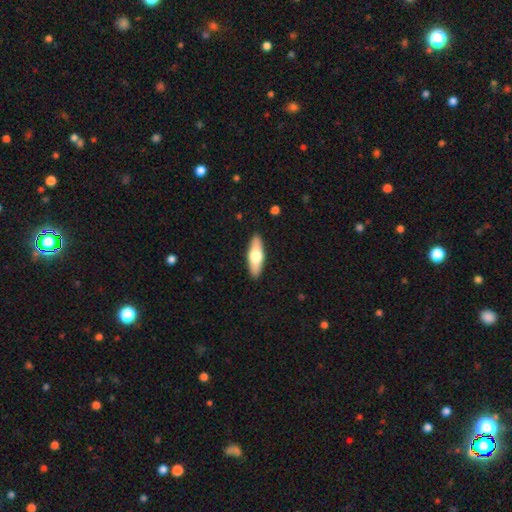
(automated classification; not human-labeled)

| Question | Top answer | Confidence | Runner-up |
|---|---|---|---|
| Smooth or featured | smooth | 58% | featured or disk (37%) |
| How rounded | in between | 56% | cigar-shaped (42%) |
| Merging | none | 90% | minor disturbance (7%) |